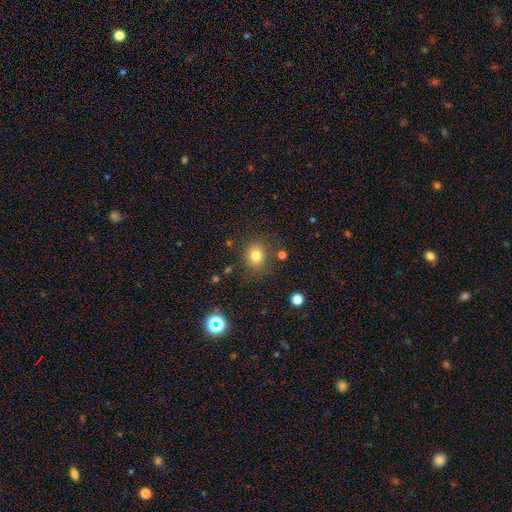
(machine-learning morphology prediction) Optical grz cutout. It shows a smooth galaxy with no disk features (78%) that is round (80%). Merging: none (81%).